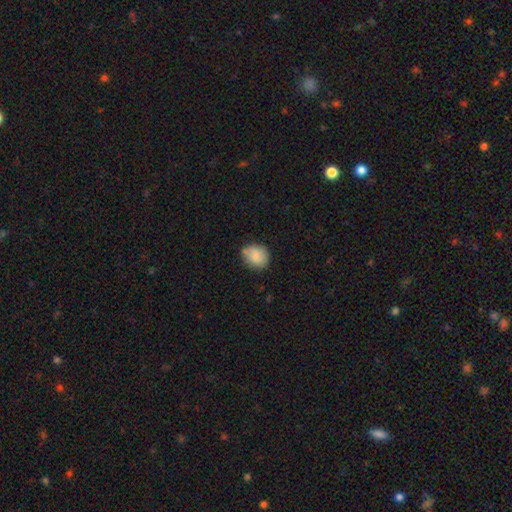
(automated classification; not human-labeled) This appears to be a smooth galaxy with no disk features (82%) that is round (66%). Merging: none (68%).